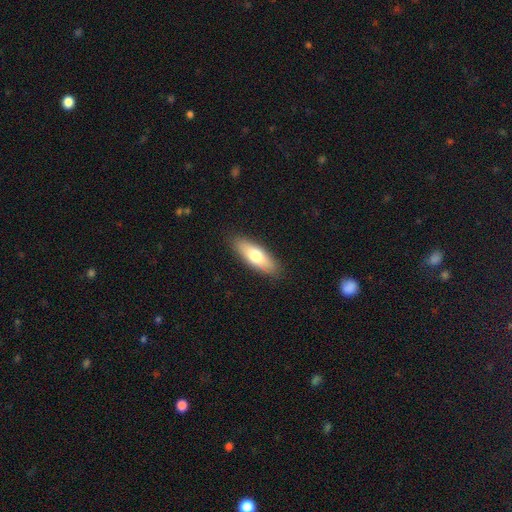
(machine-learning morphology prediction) Smooth or featured?
  - smooth: 72% *
  - featured or disk: 22%
  - star or artifact: 6%
How rounded?
  - in between: 64% *
  - cigar-shaped: 34%
  - round: 2%
Merging?
  - none: 88% *
  - minor disturbance: 9%
  - major disturbance: 2%
  - merger: 1%